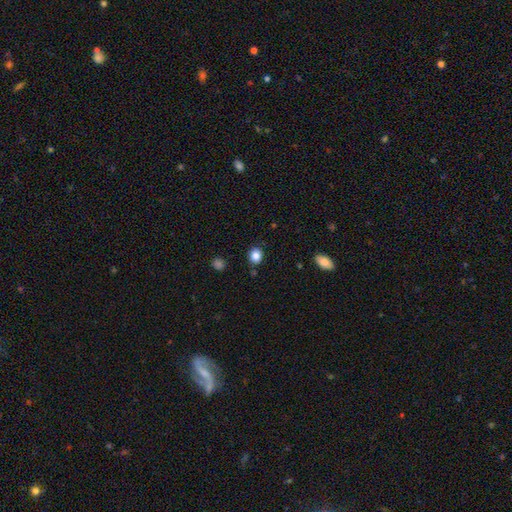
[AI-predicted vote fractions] smooth 85%, star or artifact 10%, featured or disk 4%. Down the decision tree: how rounded — round (65%); merging — none (86%).